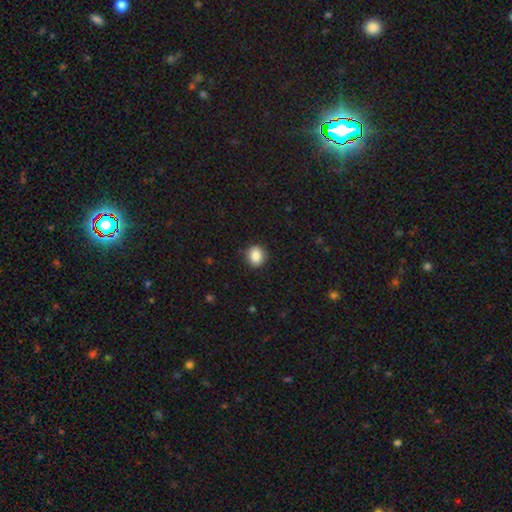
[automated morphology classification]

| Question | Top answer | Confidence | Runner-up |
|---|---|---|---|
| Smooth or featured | smooth | 86% | star or artifact (9%) |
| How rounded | round | 72% | in between (27%) |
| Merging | none | 88% | minor disturbance (9%) |